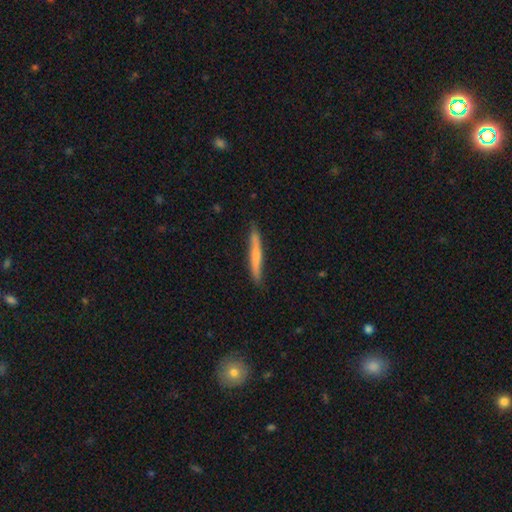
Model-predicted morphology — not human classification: Q: Smooth or featured?
A: smooth (59%); runner-up: featured or disk (36%)
Q: How rounded?
A: cigar-shaped (95%); runner-up: in between (3%)
Q: Merging?
A: none (83%); runner-up: minor disturbance (14%)